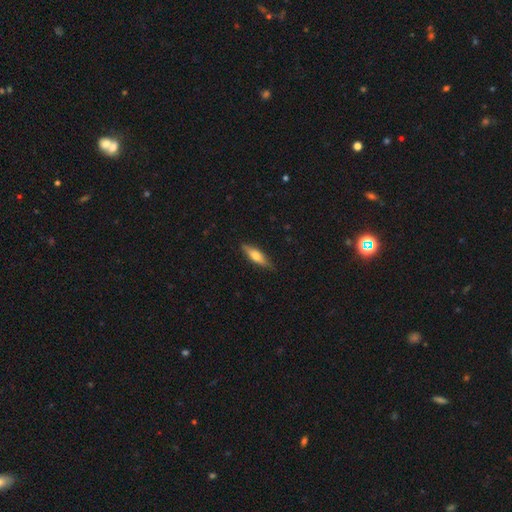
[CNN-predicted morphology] Smooth or featured?
  - smooth: 55% *
  - featured or disk: 39%
  - star or artifact: 6%
How rounded?
  - cigar-shaped: 62% *
  - in between: 36%
  - round: 2%
Merging?
  - none: 85% *
  - minor disturbance: 12%
  - major disturbance: 2%
  - merger: 1%